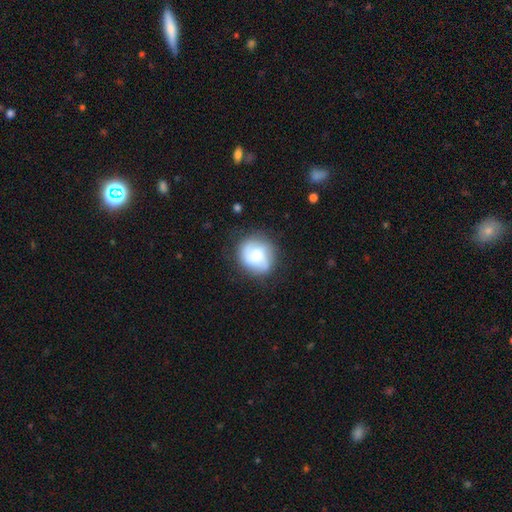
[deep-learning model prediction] featured or disk 54%, smooth 38%, star or artifact 8%. Down the decision tree: edge-on disk — no (98%); bar — no (67%); spiral arms — yes (90%); bulge size — small (43%); merging — none (76%).